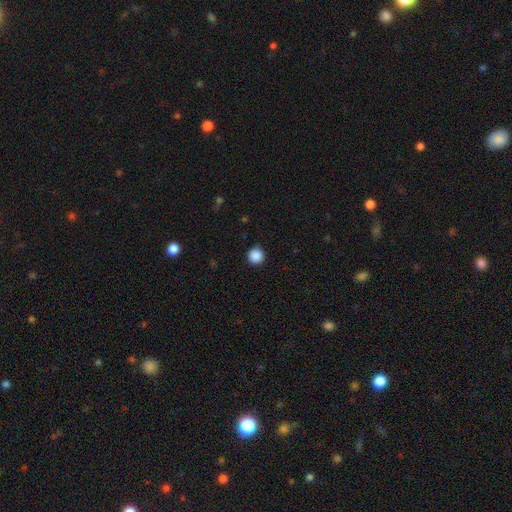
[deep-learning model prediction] This appears to be a smooth galaxy with no disk features (88%) that is round (96%). Merging: none (91%).